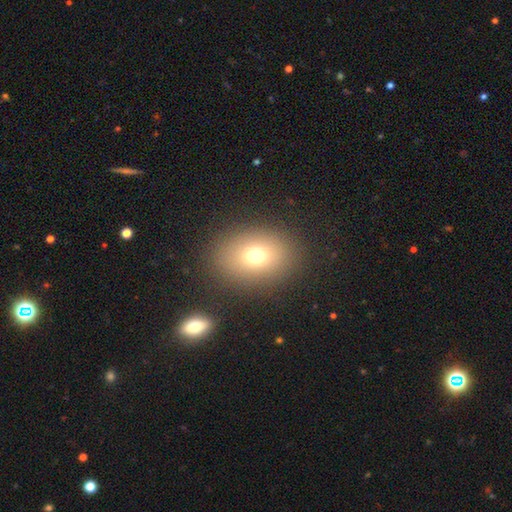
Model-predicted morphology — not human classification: smooth 73%, star or artifact 14%, featured or disk 13%. Down the decision tree: how rounded — in between (67%); merging — none (84%).